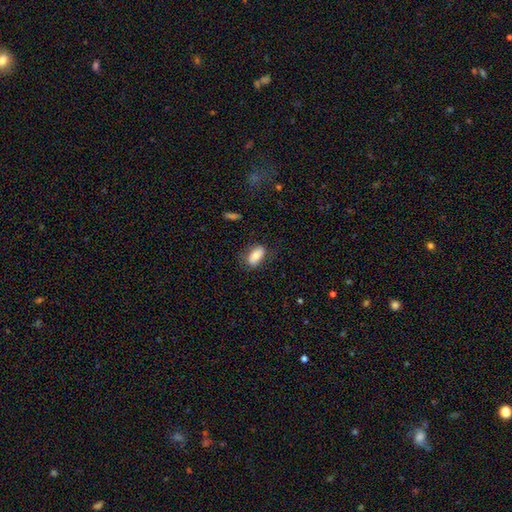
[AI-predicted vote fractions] This is likely a smooth galaxy (74%). How rounded: clearly in between (90%). Merging: likely none (73%).